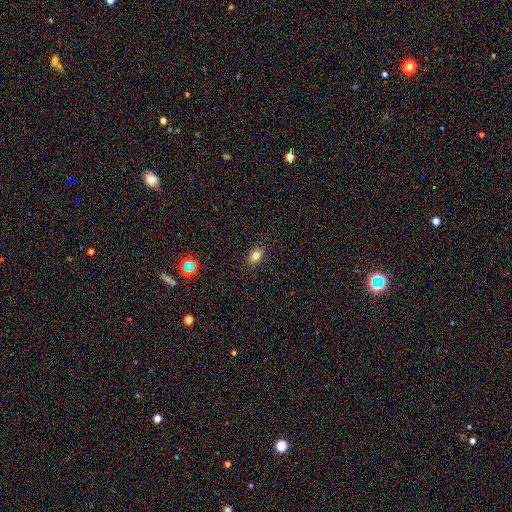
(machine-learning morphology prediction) This appears to be a smooth galaxy with no disk features (79%) that is in between round and cigar-shaped (85%). Merging: none (88%).